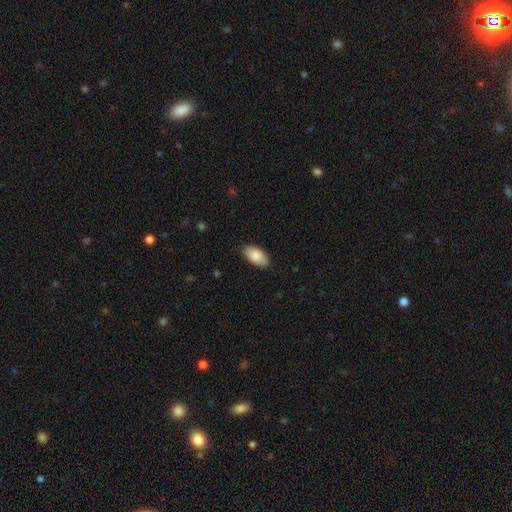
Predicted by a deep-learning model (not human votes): This appears to be a smooth galaxy with no disk features (88%) that is in between round and cigar-shaped (95%). Merging: none (87%).